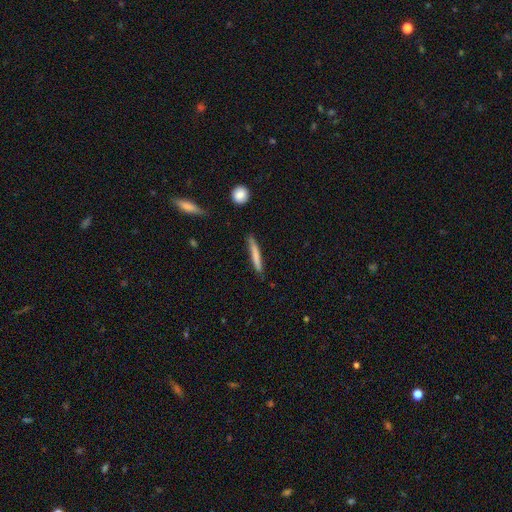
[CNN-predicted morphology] A smooth galaxy with no disk features (71%) that is cigar-shaped (95%). Merging: none (83%).